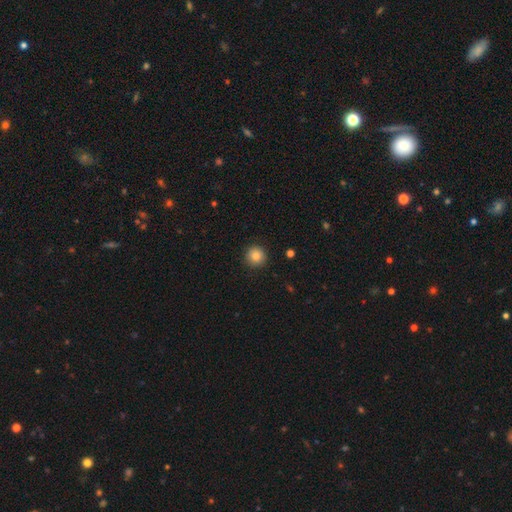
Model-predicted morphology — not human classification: Smooth or featured? smooth (84%)
How rounded? round (95%)
Merging? none (91%)